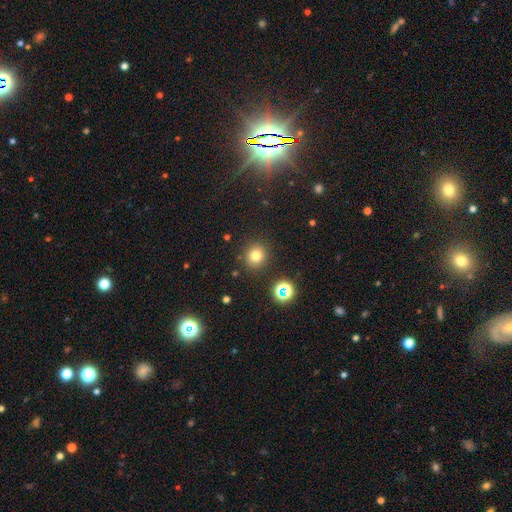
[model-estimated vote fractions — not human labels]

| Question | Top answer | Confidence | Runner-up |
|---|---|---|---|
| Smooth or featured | smooth | 76% | star or artifact (17%) |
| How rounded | round | 87% | in between (12%) |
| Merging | none | 87% | minor disturbance (7%) |